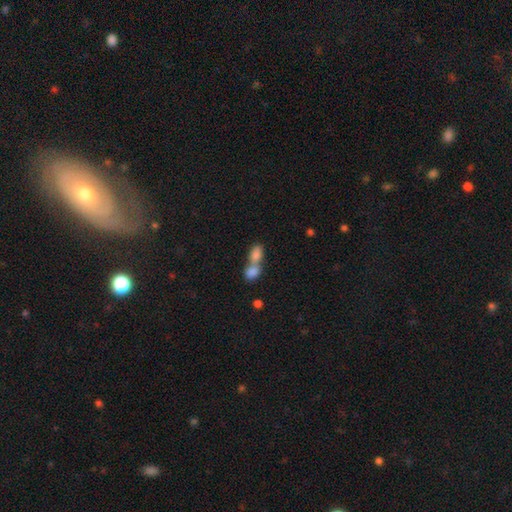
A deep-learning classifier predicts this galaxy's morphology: smooth-or-featured: smooth: 80% | featured or disk: 11% | star or artifact: 9%
  how-rounded: in between: 77% | round: 19% | cigar-shaped: 4%
  merging: merger: 72% | none: 20% | minor disturbance: 5% | major disturbance: 3%